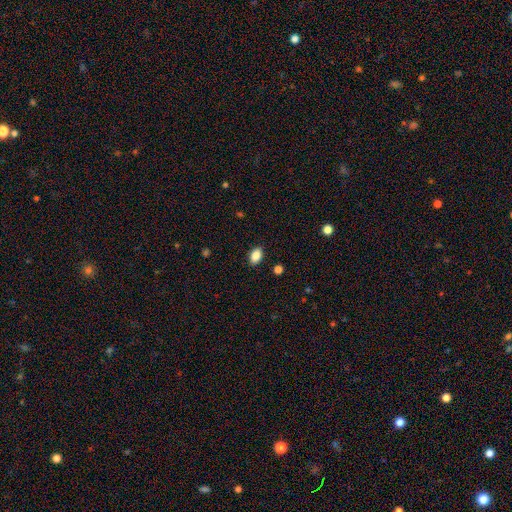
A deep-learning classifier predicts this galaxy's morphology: smooth-or-featured: smooth: 87% | star or artifact: 8% | featured or disk: 5%
  how-rounded: in between: 88% | round: 10% | cigar-shaped: 2%
  merging: none: 89% | minor disturbance: 8% | major disturbance: 2% | merger: 1%